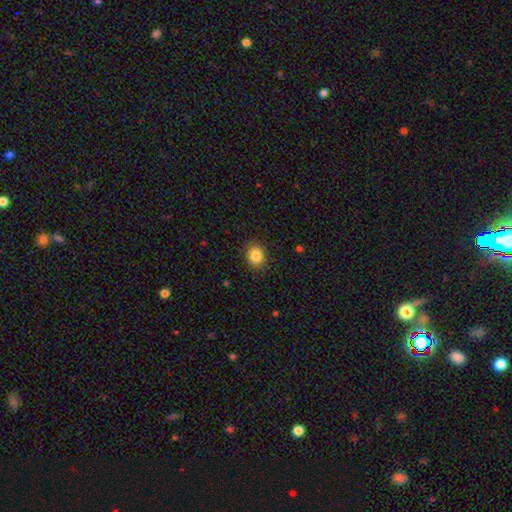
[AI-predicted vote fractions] Q: Smooth or featured?
A: smooth (86%); runner-up: star or artifact (10%)
Q: How rounded?
A: round (63%); runner-up: in between (36%)
Q: Merging?
A: none (89%); runner-up: minor disturbance (8%)